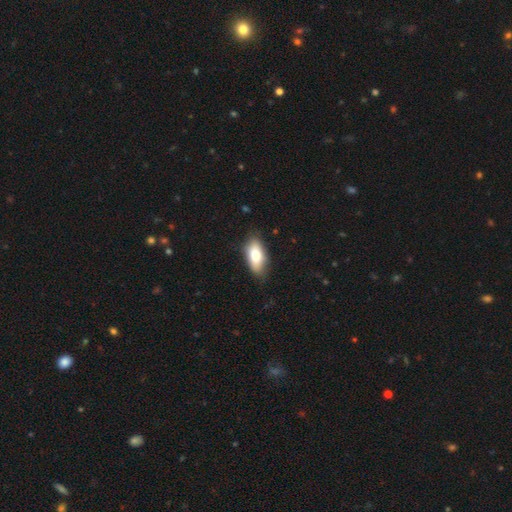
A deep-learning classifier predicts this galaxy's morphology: type=smooth (77%); roundness=in between (88%); merging=none (80%).